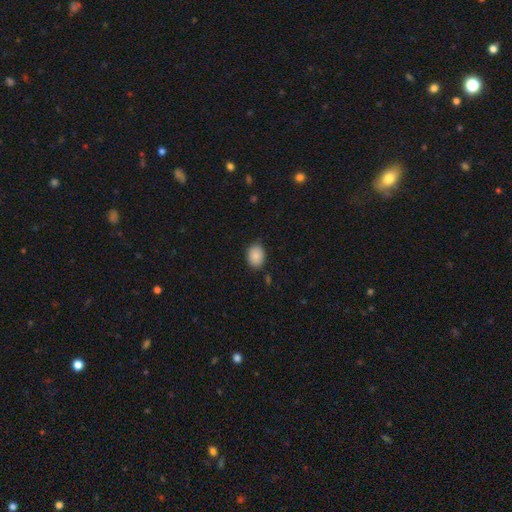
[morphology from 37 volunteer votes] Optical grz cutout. It shows a smooth galaxy with no disk features (92%) that is in between round and cigar-shaped (85%). Merging: none (81%).